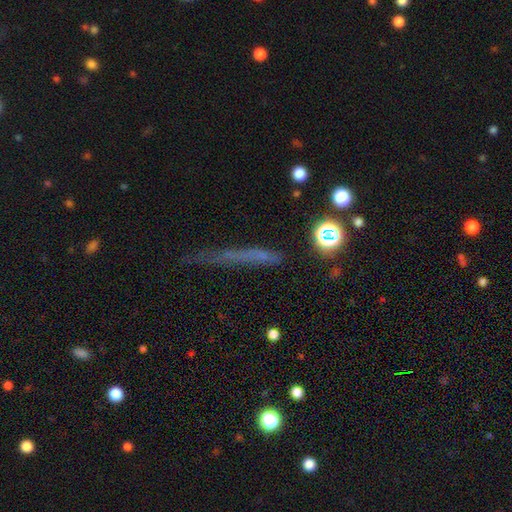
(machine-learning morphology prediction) This is marginally a smooth galaxy (44%). Merging: likely none (66%).